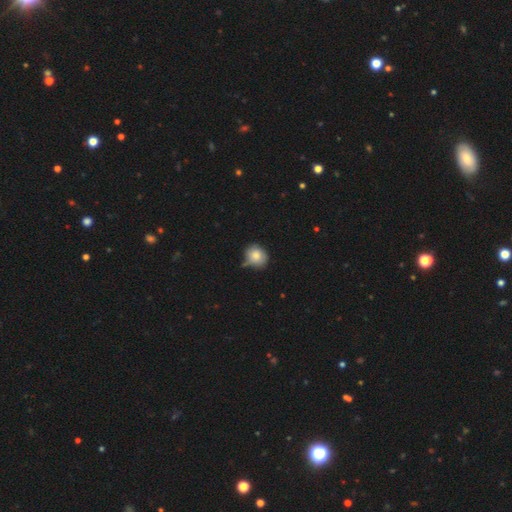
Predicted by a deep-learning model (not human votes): The model was most divided on "merging": none: 63%, minor disturbance: 26%, merger: 6%, major disturbance: 5%. More confident: smooth or featured — smooth (80%); how rounded — round (76%).